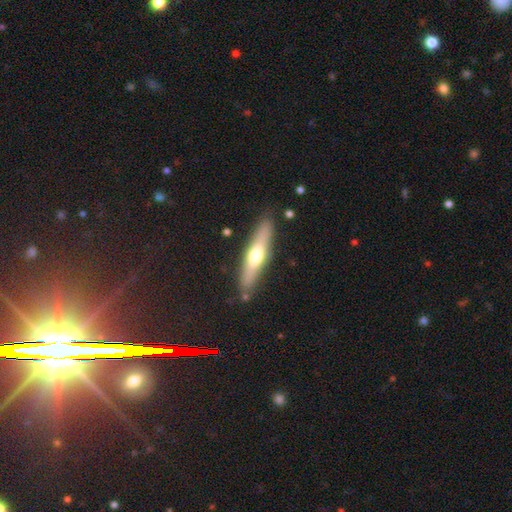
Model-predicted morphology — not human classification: Overall: smooth (48%; featured or disk 46%). Merging: none (85%).